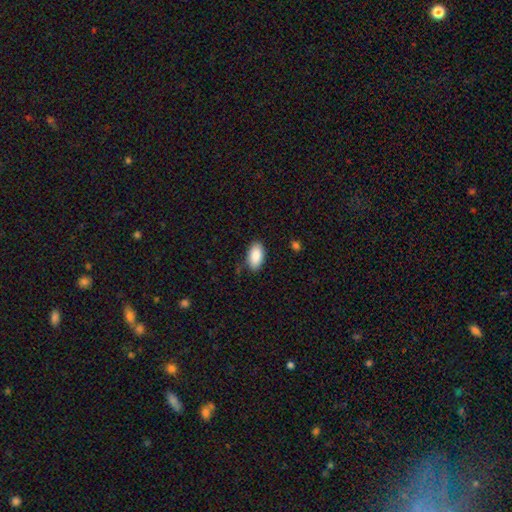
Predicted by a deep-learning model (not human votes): smooth_or_featured: smooth (p=0.89) [alt: star or artifact p=0.06]
how_rounded: in between (p=0.94) [alt: cigar-shaped p=0.03]
merging: none (p=0.83) [alt: minor disturbance p=0.13]